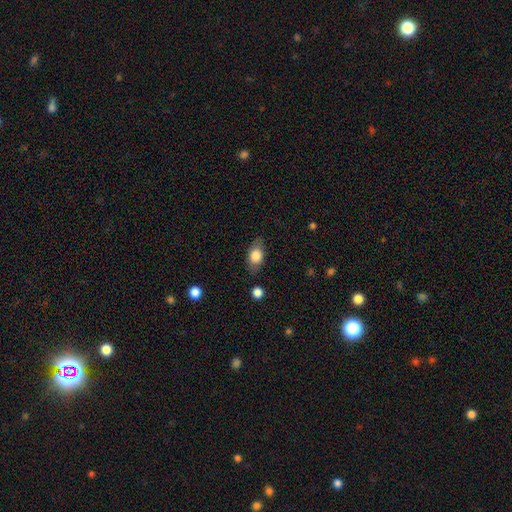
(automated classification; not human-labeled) Morphology: type=smooth (74%); roundness=in between (81%); merging=none (77%).